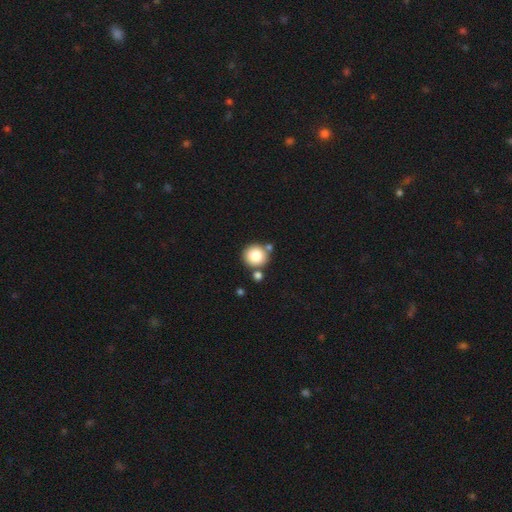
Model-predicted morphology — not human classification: The model was most divided on "merging": none: 73%, merger: 15%, minor disturbance: 9%, major disturbance: 3%. More confident: how rounded — round (92%); smooth or featured — smooth (83%).